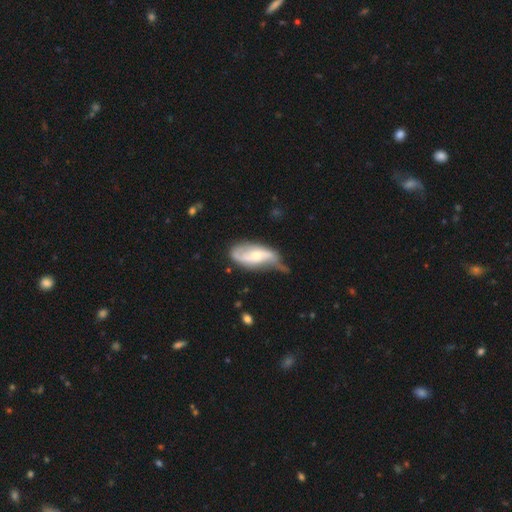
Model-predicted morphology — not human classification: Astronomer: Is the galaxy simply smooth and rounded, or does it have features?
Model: featured or disk — 68%.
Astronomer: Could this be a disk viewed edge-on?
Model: no — 91%.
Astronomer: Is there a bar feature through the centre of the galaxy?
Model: no — 48% (runner-up: weak, 35%).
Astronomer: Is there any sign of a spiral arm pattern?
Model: yes — 84%.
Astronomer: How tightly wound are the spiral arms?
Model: loose — 50% (runner-up: medium, 33%).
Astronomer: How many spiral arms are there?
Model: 2 — 74%.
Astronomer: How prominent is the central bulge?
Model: moderate — 49% (runner-up: small, 43%).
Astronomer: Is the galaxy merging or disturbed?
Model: none — 36%, tied with minor disturbance at 36%.